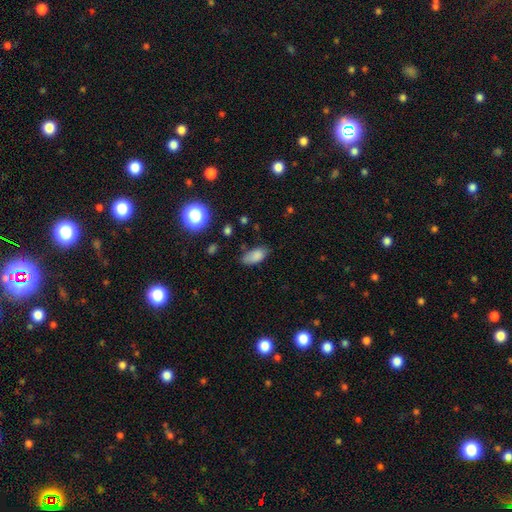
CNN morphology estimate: smooth 83%, star or artifact 10%, featured or disk 7%. Down the decision tree: how rounded — in between (87%); merging — none (67%).